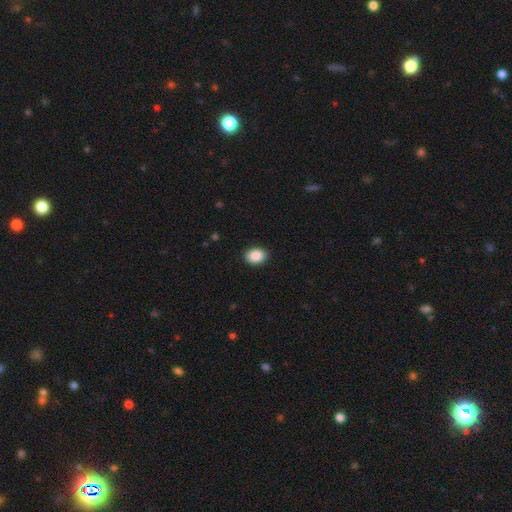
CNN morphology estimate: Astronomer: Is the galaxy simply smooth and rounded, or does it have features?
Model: smooth — 89%.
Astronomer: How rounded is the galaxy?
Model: in between — 65%.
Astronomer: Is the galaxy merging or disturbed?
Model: none — 90%.